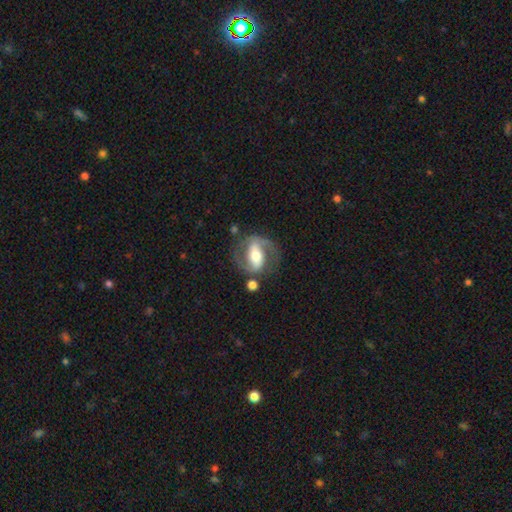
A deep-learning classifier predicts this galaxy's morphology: Smooth or featured? Predicted: featured or disk (p=0.81). Edge-on disk? Predicted: no (p=0.95). Bar? Predicted: strong (p=0.54). Spiral arms? Predicted: yes (p=0.89). Spiral winding? Predicted: medium (p=0.54). Spiral arm count? Predicted: 2 (p=0.89). Bulge size? Predicted: moderate (p=0.65). Merging? Predicted: none (p=0.72).